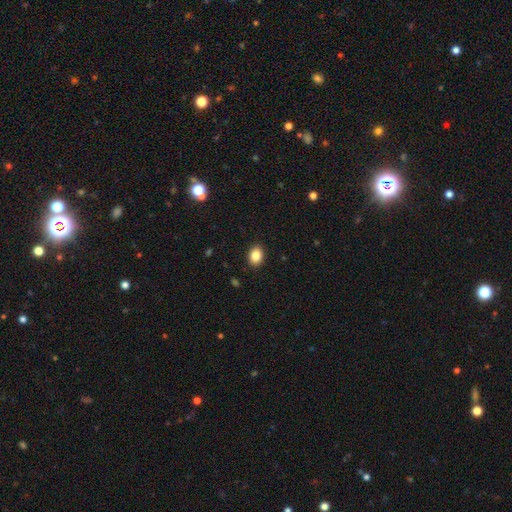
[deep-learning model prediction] The model was most divided on "how rounded": in between: 70%, round: 29%, cigar-shaped: 1%. More confident: merging — none (90%); smooth or featured — smooth (86%).